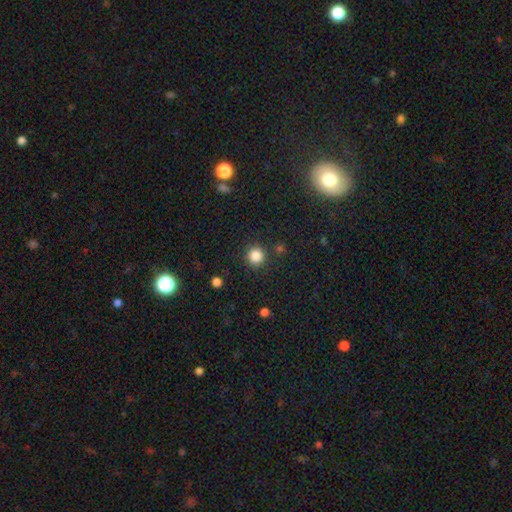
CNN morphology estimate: This is clearly a smooth galaxy (85%). How rounded: clearly round (93%). Merging: clearly none (88%).